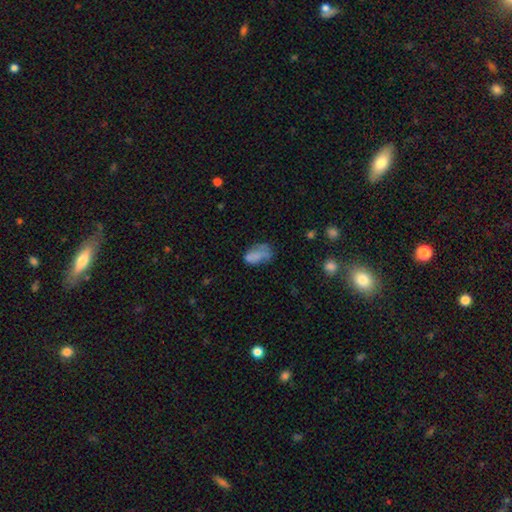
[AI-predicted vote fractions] A smooth galaxy with no disk features (69%) that is in between round and cigar-shaped (91%). Merging: none (33%).